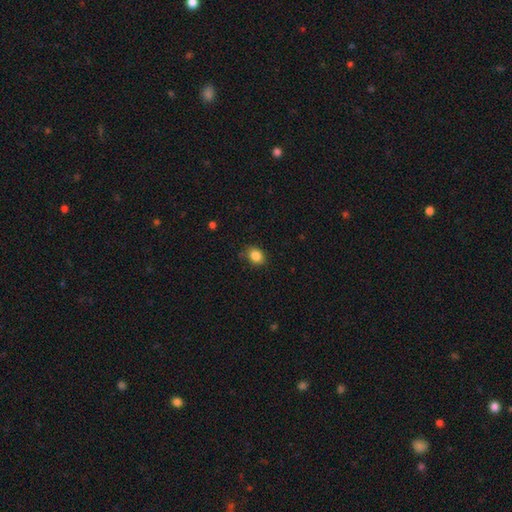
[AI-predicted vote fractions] Smooth or featured? smooth (86%)
How rounded? in between (61%)
Merging? none (81%)